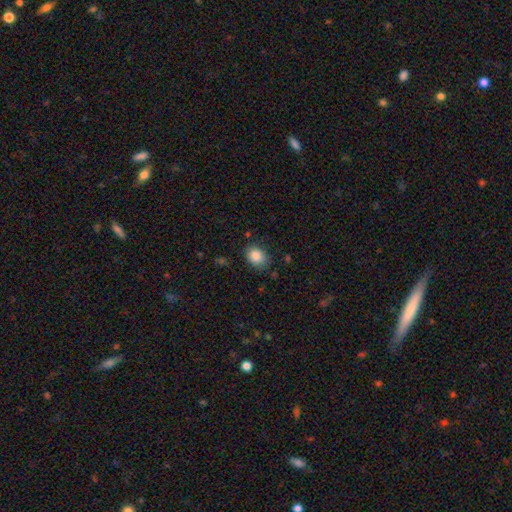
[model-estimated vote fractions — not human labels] This is clearly a smooth galaxy (86%). How rounded: likely in between (62%). Merging: likely none (78%).